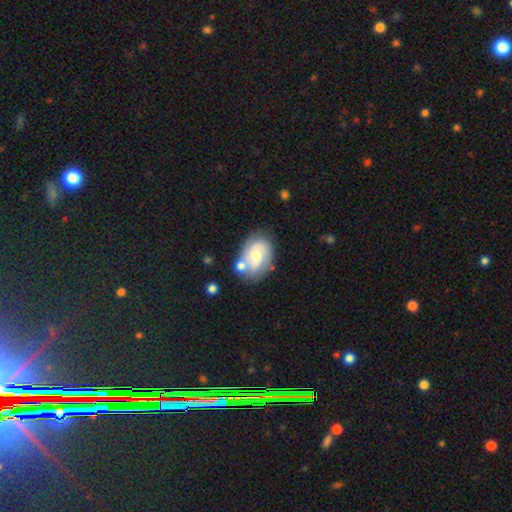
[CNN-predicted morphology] This is likely a featured or disk galaxy (62%). It is clearly not viewed edge-on (97%). Bar: possibly no (56%). Spiral arm pattern: clearly yes (84%). Spiral arm count: likely 2 (73%). Spiral winding: possibly medium (47%). Central bulge: possibly moderate (52%). Merging: possibly none (58%).